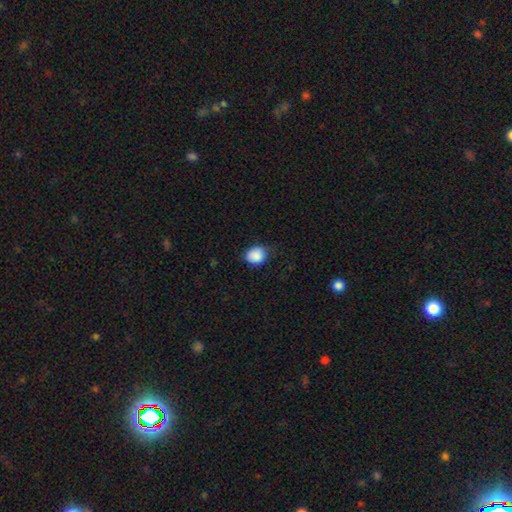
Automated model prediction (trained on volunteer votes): Smooth or featured?
  - smooth: 88% *
  - star or artifact: 8%
  - featured or disk: 4%
How rounded?
  - round: 66% *
  - in between: 33%
  - cigar-shaped: 1%
Merging?
  - none: 67% *
  - minor disturbance: 27%
  - major disturbance: 5%
  - merger: 1%